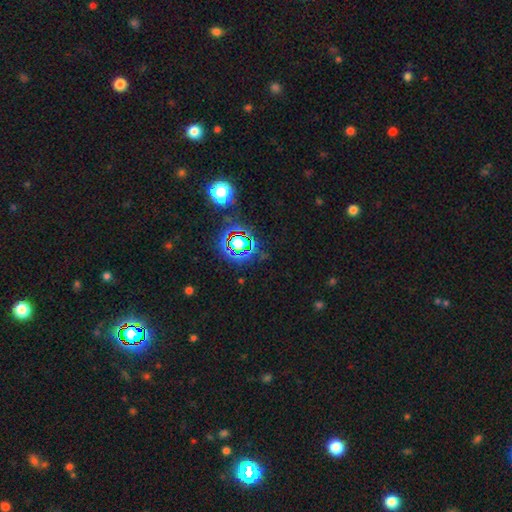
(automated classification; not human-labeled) This appears to be a star or artifact, not a galaxy (67%).